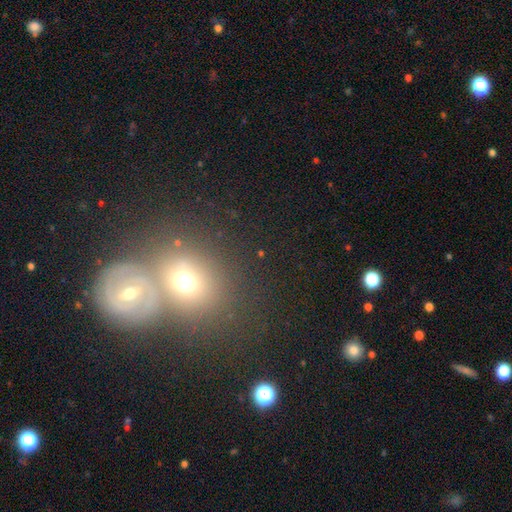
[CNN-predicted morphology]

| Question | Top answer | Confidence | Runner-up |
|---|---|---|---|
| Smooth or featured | smooth | 49% | star or artifact (29%) |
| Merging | merger | 48% | none (41%) |